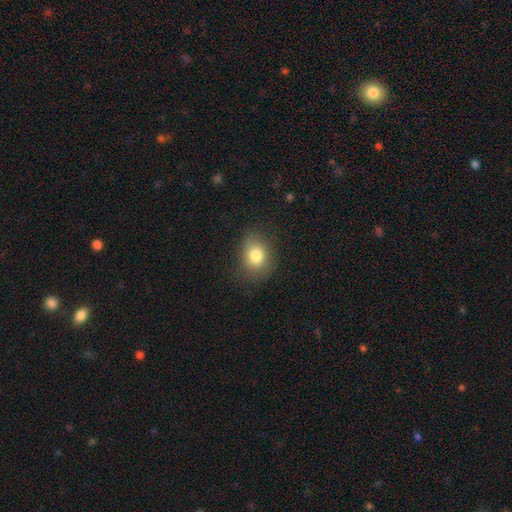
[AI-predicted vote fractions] Smooth or featured? smooth (81%)
How rounded? in between (53%)
Merging? none (77%)